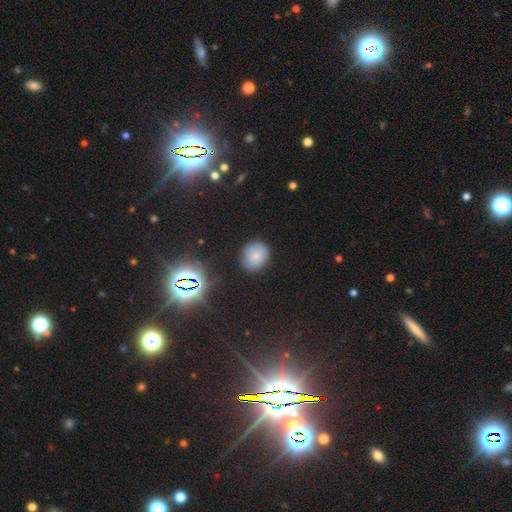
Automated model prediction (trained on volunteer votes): Morphology: type=smooth (73%); roundness=round (69%); merging=none (81%).